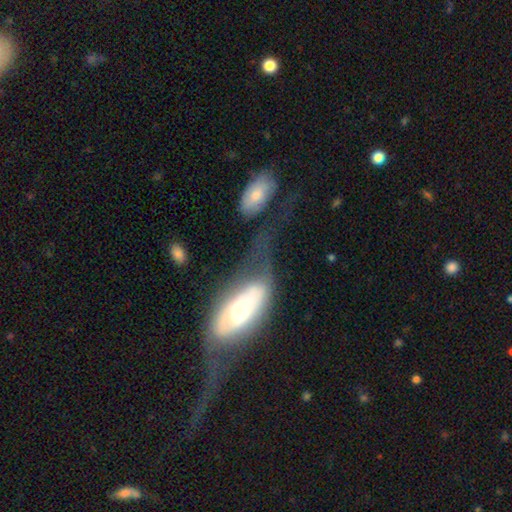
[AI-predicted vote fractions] Morphology: type=featured or disk (64%); edge-on=no (74%); merging=major disturbance (37%).